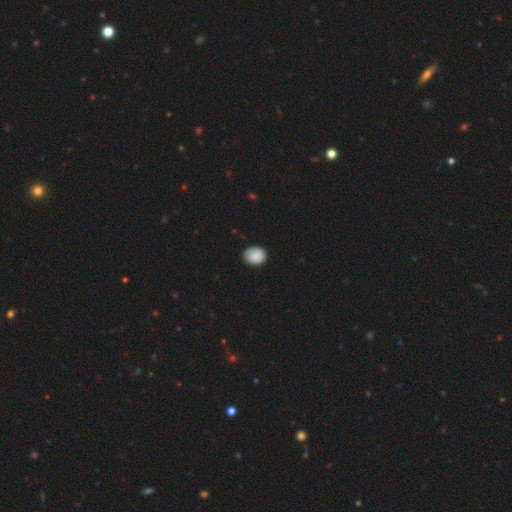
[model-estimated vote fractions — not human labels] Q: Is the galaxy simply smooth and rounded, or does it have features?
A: smooth — 87%.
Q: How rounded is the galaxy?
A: round — 55%.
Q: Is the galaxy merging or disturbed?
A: none — 76%.